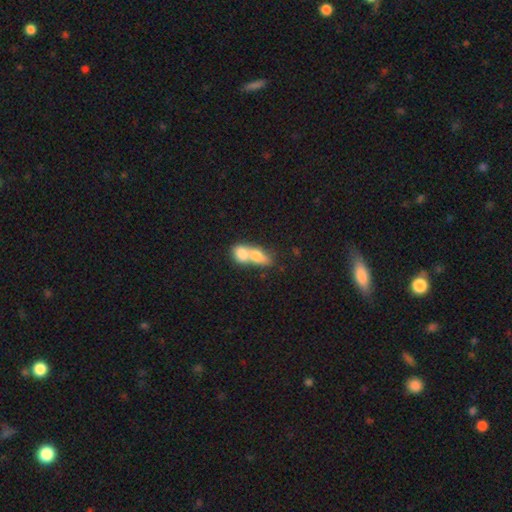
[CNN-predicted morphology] Smooth or featured?
  - smooth: 70% *
  - featured or disk: 22%
  - star or artifact: 7%
How rounded?
  - in between: 69% *
  - round: 21%
  - cigar-shaped: 10%
Merging?
  - merger: 79% *
  - none: 12%
  - minor disturbance: 5%
  - major disturbance: 4%